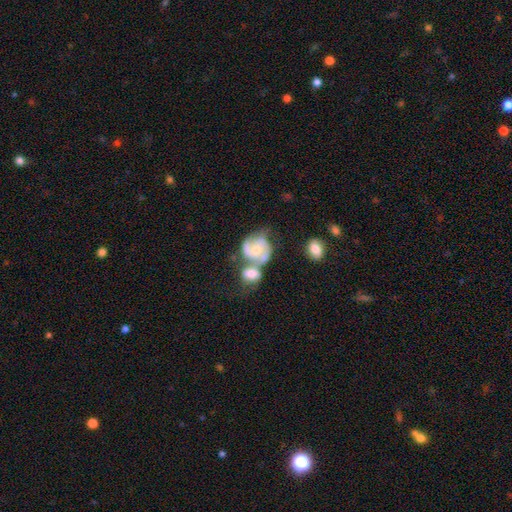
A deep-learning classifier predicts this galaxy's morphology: smooth_or_featured: featured or disk (p=0.61) [alt: smooth p=0.20]
disk_edge_on: no (p=0.96) [alt: yes p=0.04]
bar: no (p=0.60) [alt: weak p=0.30]
has_spiral_arms: yes (p=0.77) [alt: no p=0.23]
bulge_size: small (p=0.51) [alt: moderate p=0.36]
merging: none (p=0.42) [alt: merger p=0.36]